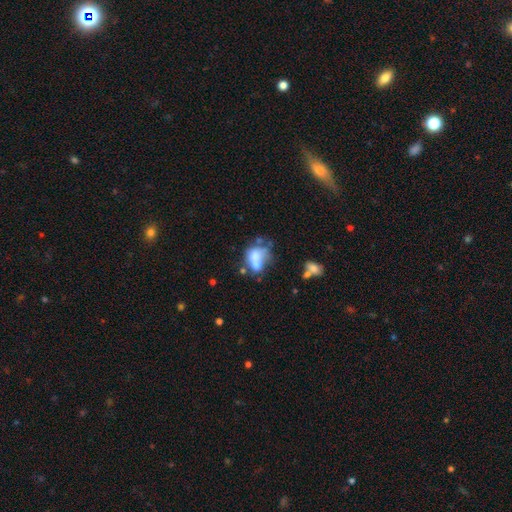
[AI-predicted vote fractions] Q: Smooth or featured?
A: smooth (57%); runner-up: featured or disk (32%)
Q: How rounded?
A: in between (68%); runner-up: round (31%)
Q: Merging?
A: merger (42%); runner-up: major disturbance (21%)